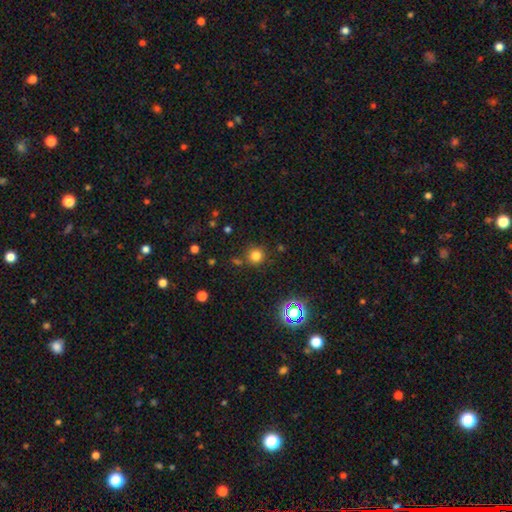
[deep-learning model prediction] Smooth or featured?
  - smooth: 76% *
  - star or artifact: 18%
  - featured or disk: 6%
How rounded?
  - round: 94% *
  - in between: 5%
  - cigar-shaped: 1%
Merging?
  - none: 81% *
  - minor disturbance: 9%
  - merger: 7%
  - major disturbance: 4%